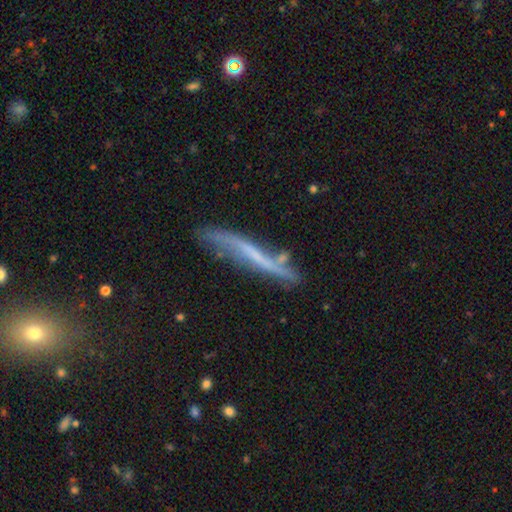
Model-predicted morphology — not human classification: Smooth or featured? featured or disk (63%)
Edge-on disk? yes (65%)
Merging? none (55%)